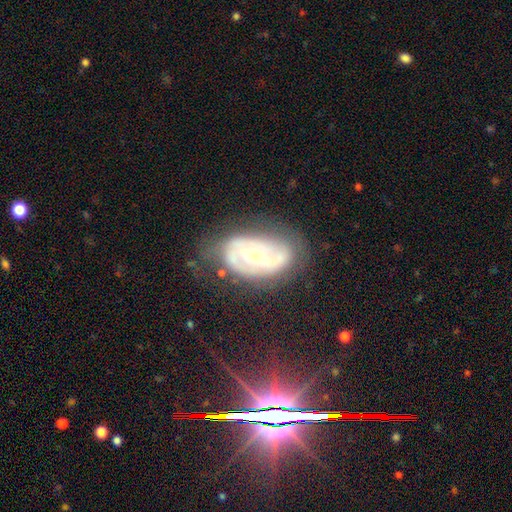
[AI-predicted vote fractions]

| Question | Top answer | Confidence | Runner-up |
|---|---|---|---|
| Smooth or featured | featured or disk | 78% | smooth (15%) |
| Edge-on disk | no | 96% | yes (4%) |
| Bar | no | 57% | weak (31%) |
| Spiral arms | yes | 84% | no (16%) |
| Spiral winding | tight | 49% | medium (37%) |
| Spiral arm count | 2 | 54% | can't tell (28%) |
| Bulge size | small | 59% | moderate (37%) |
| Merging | none | 59% | minor disturbance (26%) |